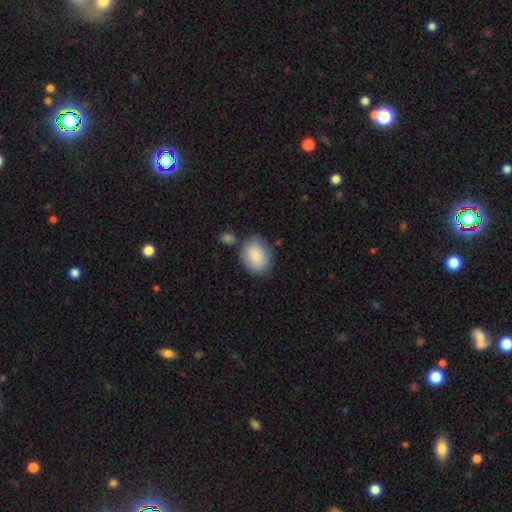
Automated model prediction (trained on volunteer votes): The model was most divided on "how rounded": in between: 66%, round: 33%, cigar-shaped: 1%. More confident: smooth or featured — smooth (87%); merging — none (69%).